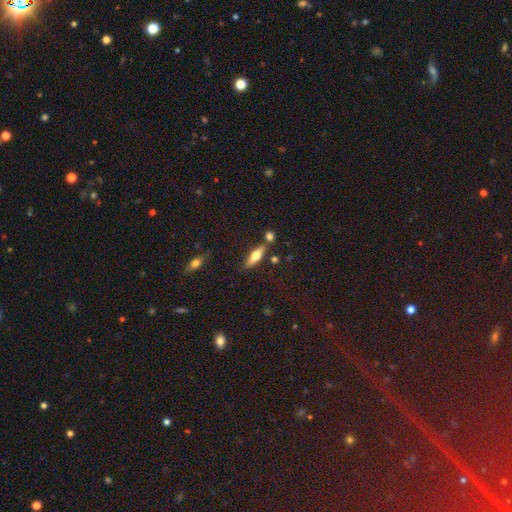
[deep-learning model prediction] A smooth galaxy with no disk features (53%) that is cigar-shaped (57%). Merging: none (75%).